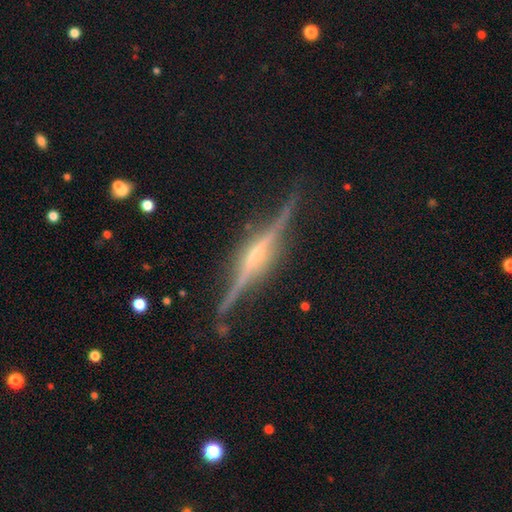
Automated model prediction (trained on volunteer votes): Q: Smooth or featured?
A: featured or disk (89%); runner-up: smooth (6%)
Q: Edge-on disk?
A: yes (97%); runner-up: no (3%)
Q: Edge-on bulge?
A: rounded (57%); runner-up: boxy (24%)
Q: Merging?
A: none (82%); runner-up: minor disturbance (13%)